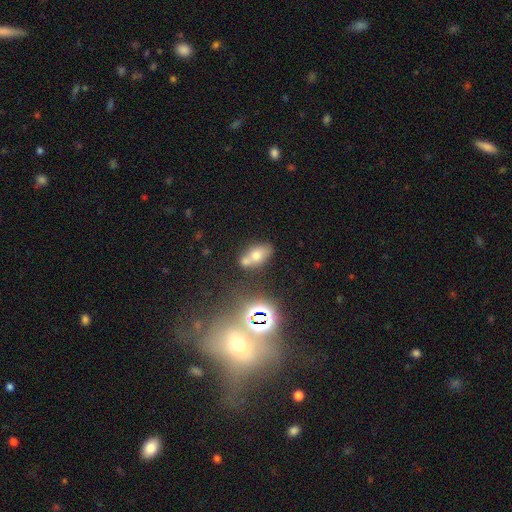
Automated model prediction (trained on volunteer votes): This is possibly a smooth galaxy (56%). How rounded: likely in between (78%). Merging: possibly none (49%).